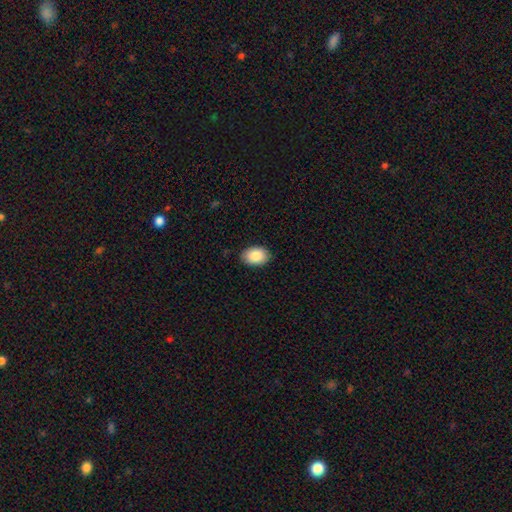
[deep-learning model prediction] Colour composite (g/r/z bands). It shows a smooth galaxy with no disk features (88%) that is in between round and cigar-shaped (83%). Merging: none (86%).